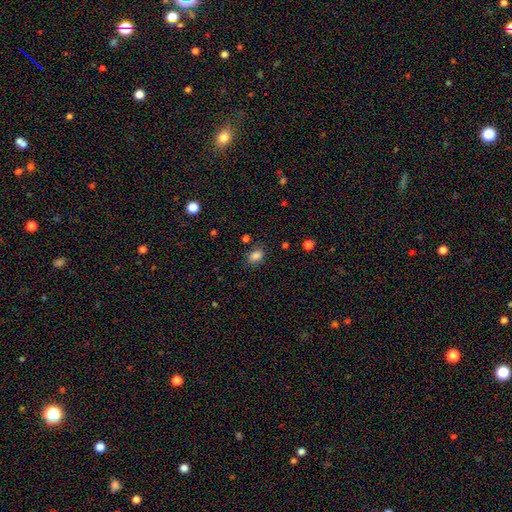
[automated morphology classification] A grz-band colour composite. It shows a smooth galaxy with no disk features (84%) that is in between round and cigar-shaped (78%). Merging: none (77%).